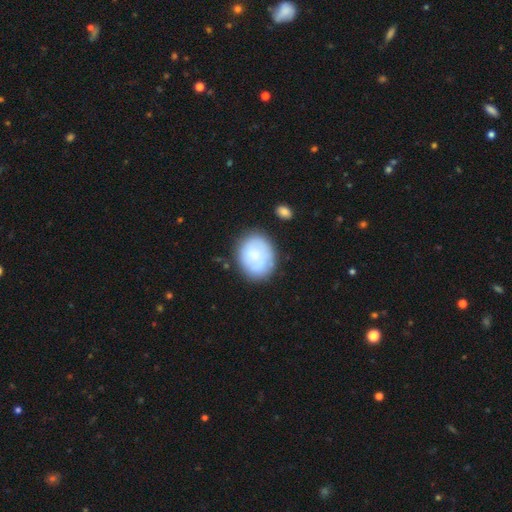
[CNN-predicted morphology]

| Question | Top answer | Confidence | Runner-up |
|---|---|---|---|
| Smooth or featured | smooth | 62% | featured or disk (31%) |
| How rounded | round | 52% | in between (47%) |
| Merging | none | 71% | minor disturbance (18%) |